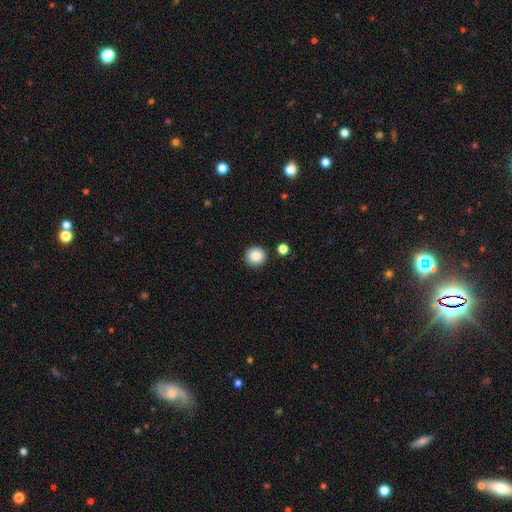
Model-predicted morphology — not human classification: This is clearly a smooth galaxy (87%). How rounded: clearly round (91%). Merging: clearly none (89%).